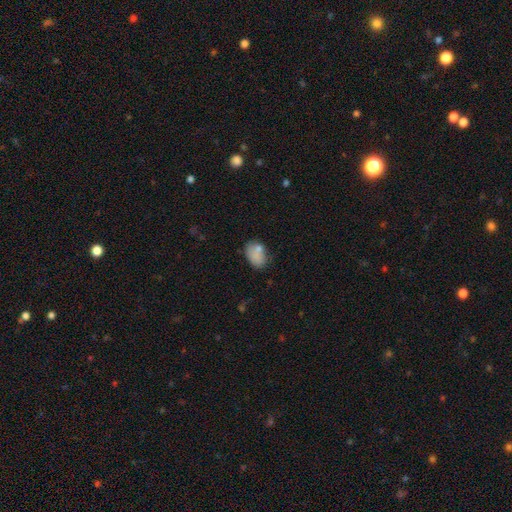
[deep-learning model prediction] smooth 79%, featured or disk 11%, star or artifact 9%. Down the decision tree: how rounded — in between (84%); merging — none (56%).